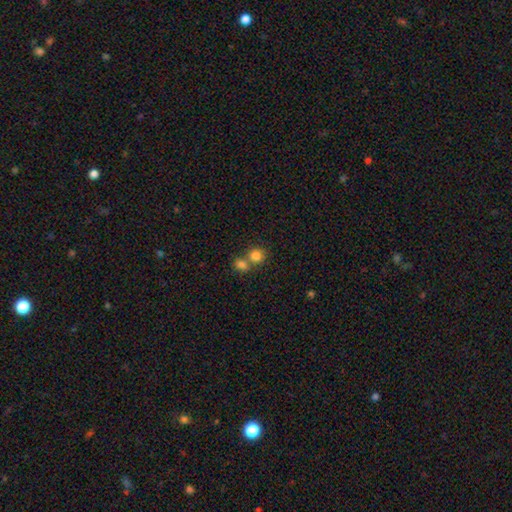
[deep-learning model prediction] This is clearly a smooth galaxy (82%). How rounded: clearly round (85%). Merging: possibly none (46%, tied with merger).